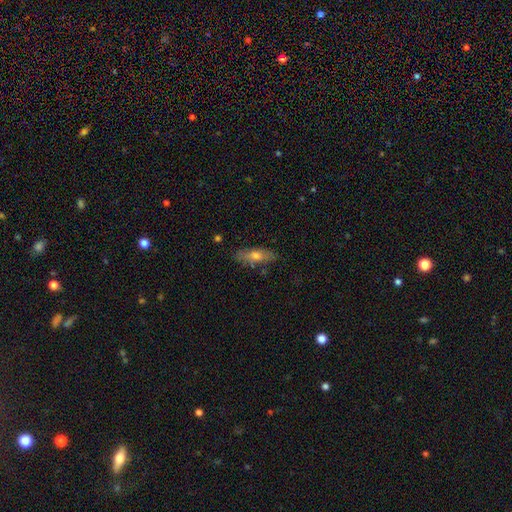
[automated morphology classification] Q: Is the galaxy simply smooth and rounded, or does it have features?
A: smooth — 57%.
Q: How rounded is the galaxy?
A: in between — 51%.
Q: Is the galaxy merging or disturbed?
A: none — 82%.